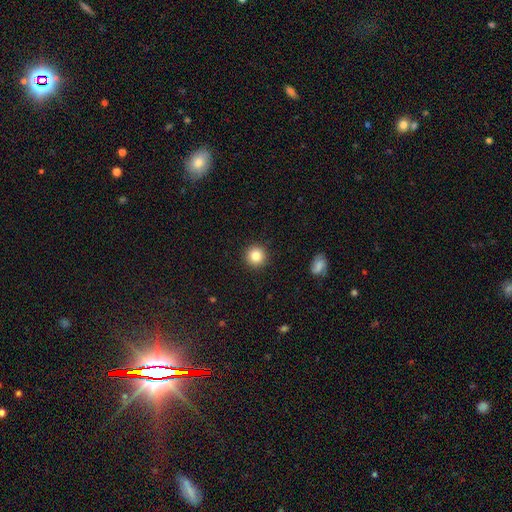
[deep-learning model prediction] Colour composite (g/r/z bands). It shows a smooth galaxy with no disk features (85%) that is round (95%). Merging: none (92%).